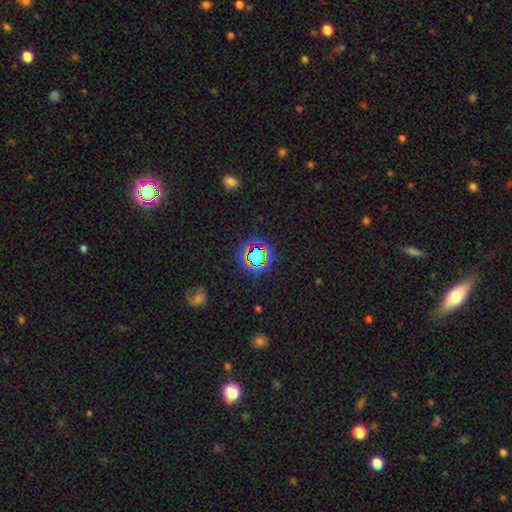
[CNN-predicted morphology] smooth_or_featured: star or artifact (p=0.63) [alt: smooth p=0.25]